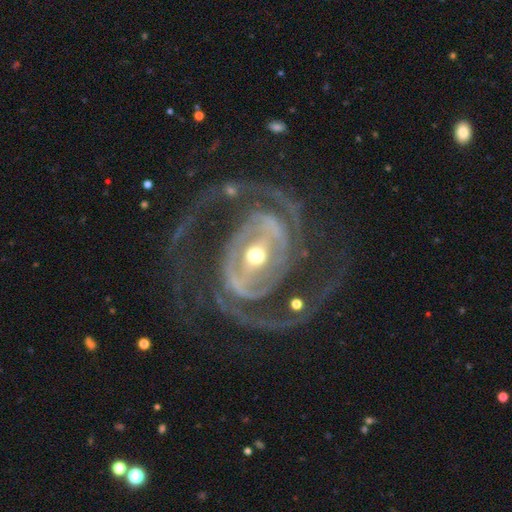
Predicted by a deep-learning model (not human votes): Q: Smooth or featured?
A: featured or disk (90%); runner-up: smooth (5%)
Q: Edge-on disk?
A: no (97%); runner-up: yes (3%)
Q: Bar?
A: strong (38%); runner-up: weak (33%)
Q: Spiral arms?
A: yes (93%); runner-up: no (7%)
Q: Spiral winding?
A: medium (43%); runner-up: tight (34%)
Q: Spiral arm count?
A: 2 (66%); runner-up: can't tell (9%)
Q: Bulge size?
A: moderate (65%); runner-up: small (27%)
Q: Merging?
A: none (56%); runner-up: major disturbance (24%)